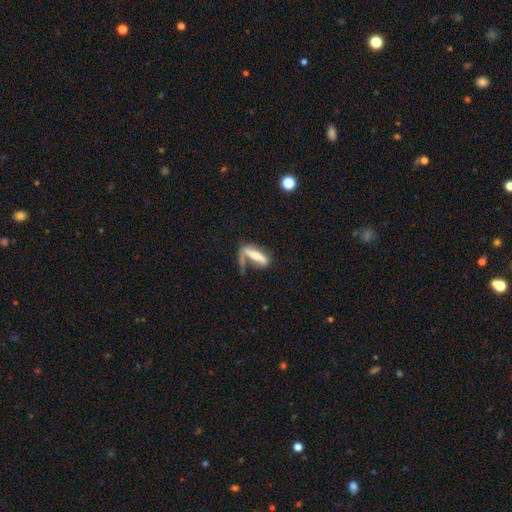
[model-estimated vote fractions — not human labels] This is possibly a smooth galaxy (57%). How rounded: likely cigar-shaped (66%). Merging: marginally none (33%).